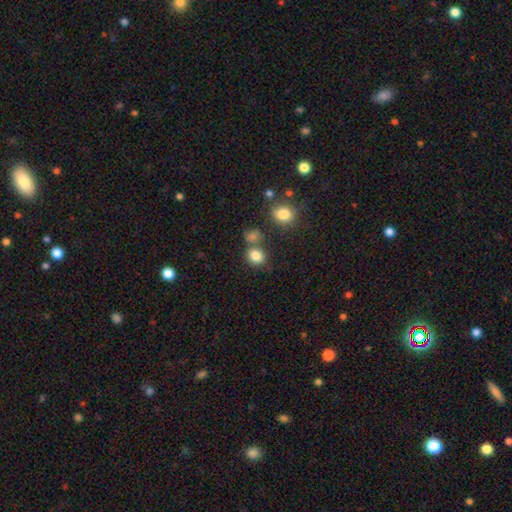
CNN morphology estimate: Overall: smooth (83%). How rounded: round (65%; in between 34%). Merging: none (66%).